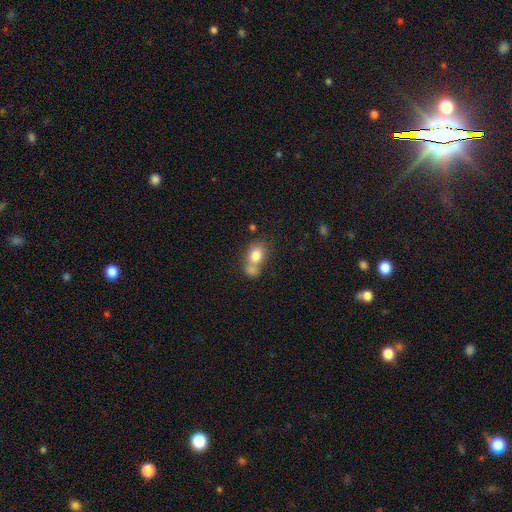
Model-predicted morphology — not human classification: The model was most divided on "merging": merger: 47%, none: 34%, minor disturbance: 13%, major disturbance: 6%. More confident: smooth or featured — smooth (78%); how rounded — in between (66%).